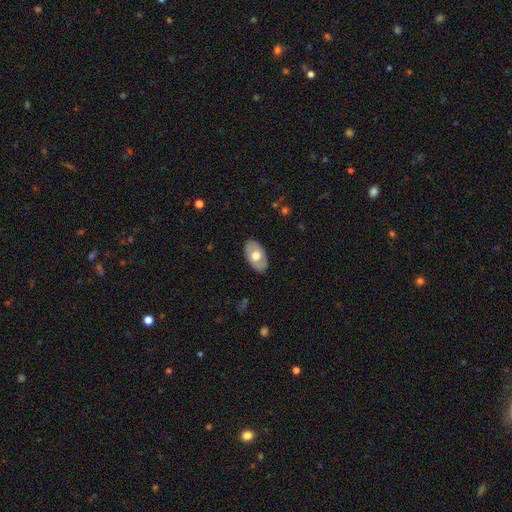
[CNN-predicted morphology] Smooth or featured? smooth (58%)
How rounded? in between (93%)
Merging? none (86%)